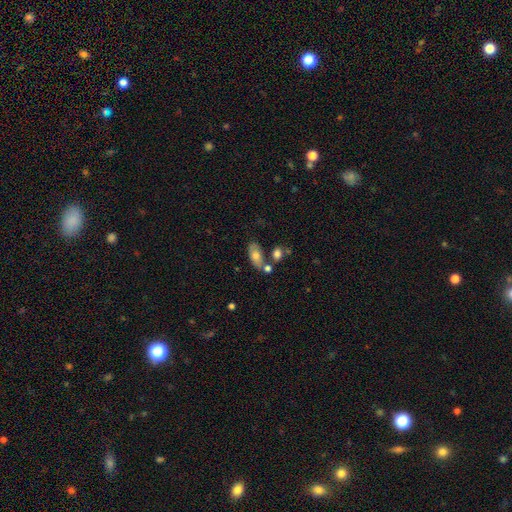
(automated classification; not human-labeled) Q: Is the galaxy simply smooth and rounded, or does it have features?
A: smooth — 71%.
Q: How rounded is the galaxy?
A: in between — 86%.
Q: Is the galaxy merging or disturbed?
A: none — 56%.